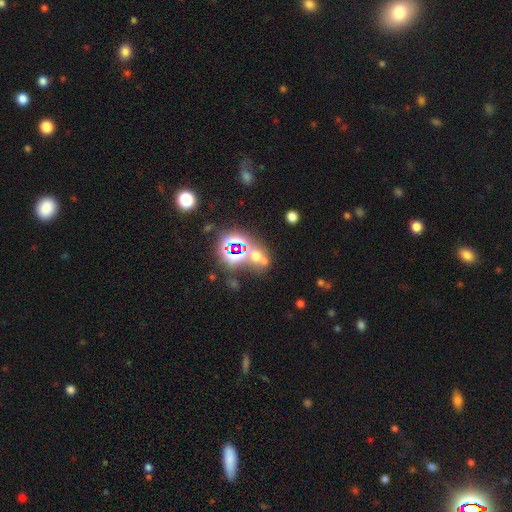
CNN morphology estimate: Smooth or featured? star or artifact (45%)